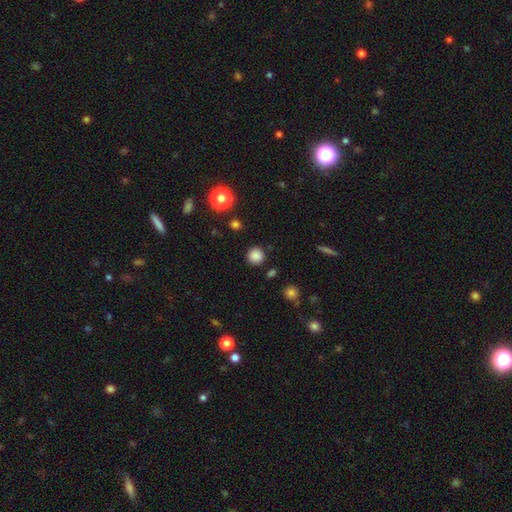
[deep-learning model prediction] This is clearly a smooth galaxy (85%). How rounded: clearly round (94%). Merging: clearly none (89%).